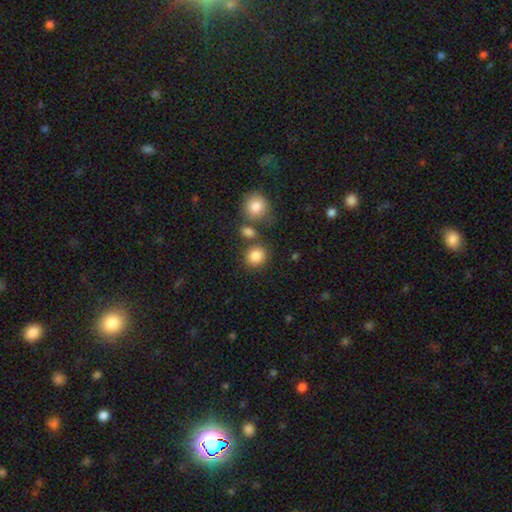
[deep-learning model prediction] Smooth or featured? Predicted: smooth (p=0.86). How rounded? Predicted: round (p=0.79). Merging? Predicted: none (p=0.73).